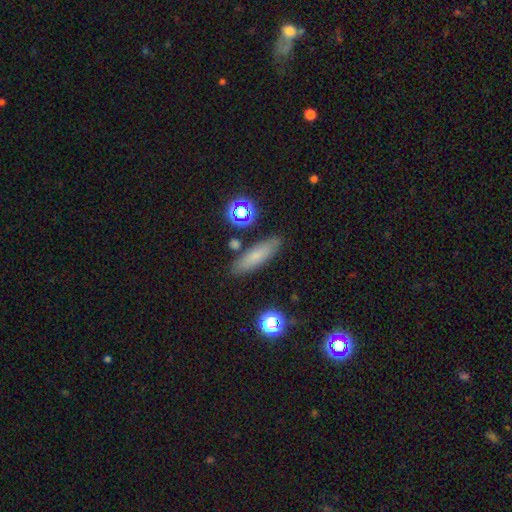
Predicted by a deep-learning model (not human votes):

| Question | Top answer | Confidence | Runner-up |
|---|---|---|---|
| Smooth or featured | smooth | 68% | featured or disk (18%) |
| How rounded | cigar-shaped | 63% | in between (33%) |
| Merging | none | 83% | minor disturbance (10%) |